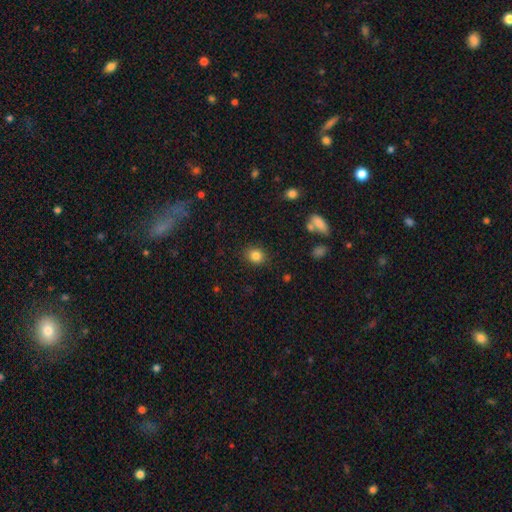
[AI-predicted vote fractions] Smooth or featured?
  - smooth: 83% *
  - star or artifact: 11%
  - featured or disk: 6%
How rounded?
  - round: 65% *
  - in between: 34%
  - cigar-shaped: 1%
Merging?
  - none: 87% *
  - minor disturbance: 9%
  - major disturbance: 3%
  - merger: 1%